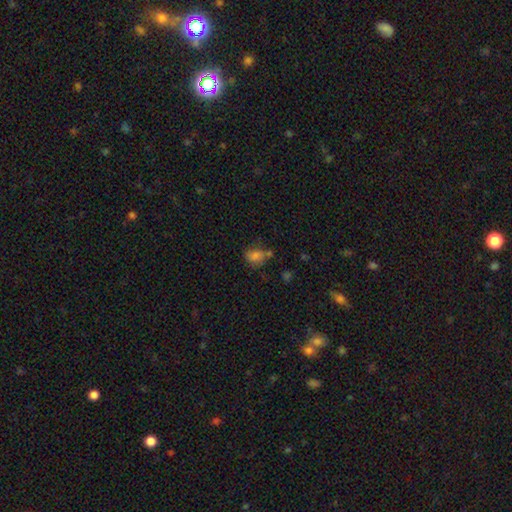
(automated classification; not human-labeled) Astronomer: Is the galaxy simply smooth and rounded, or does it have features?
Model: smooth — 71%.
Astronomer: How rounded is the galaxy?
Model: in between — 55% (runner-up: round, 44%).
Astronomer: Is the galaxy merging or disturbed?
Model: none — 54%.